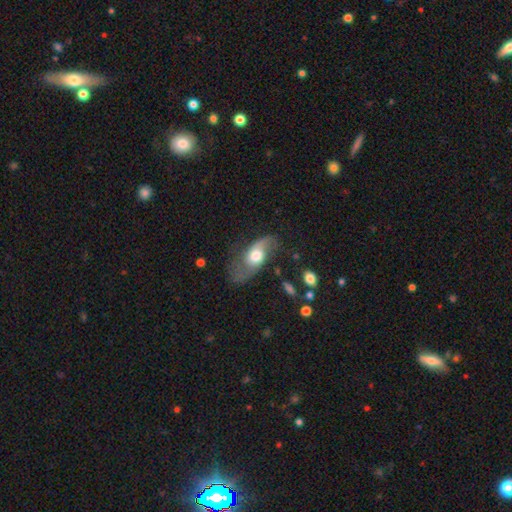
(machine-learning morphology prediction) type=featured or disk (65%); edge-on=no (90%); bar=no (71%); spiral arms=yes (86%); winding=loose (66%); arm count=2 (85%); bulge=moderate (54%); merging=none (52%).